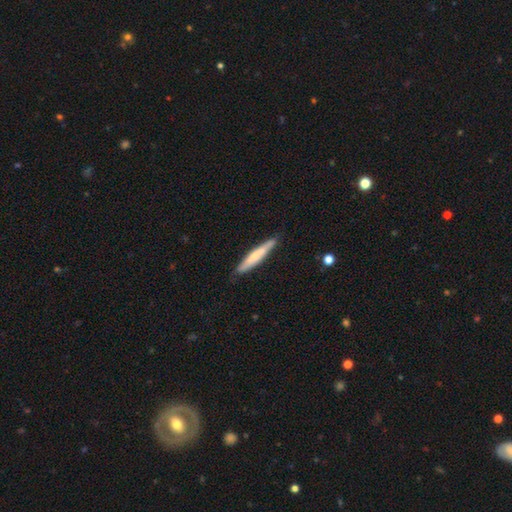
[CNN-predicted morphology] Smooth or featured: smooth — 59% (featured or disk — 35%)
How rounded: cigar-shaped — 92% (in between — 7%)
Merging: none — 84% (minor disturbance — 12%)